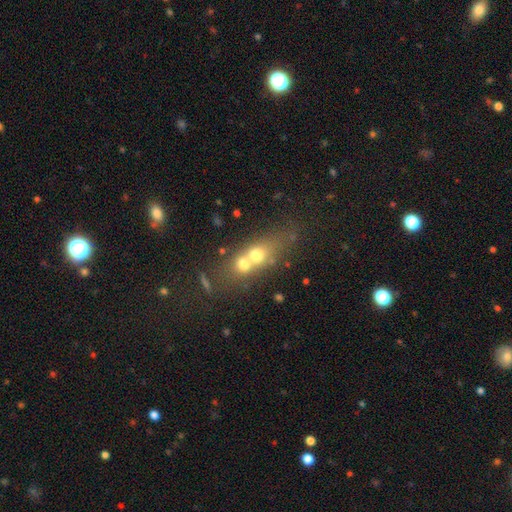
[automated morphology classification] A smooth galaxy with no disk features (56%) that is round (43%).

Vote fractions:
- Smooth or featured? smooth: 56% / featured or disk: 29% / star or artifact: 14%
- How rounded? round: 43% / in between: 42% / cigar-shaped: 15%
- Merging? merger: 65% / none: 24% / minor disturbance: 7% / major disturbance: 5%